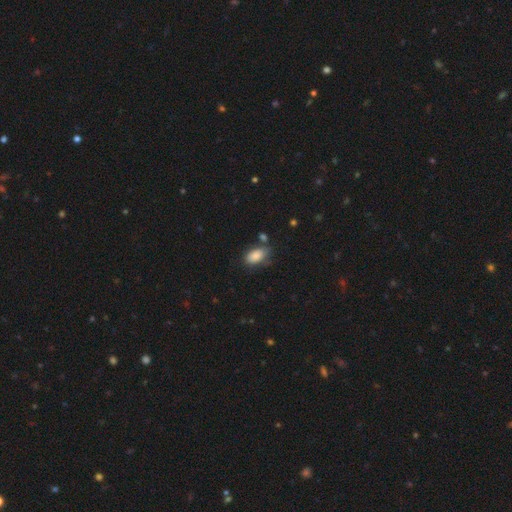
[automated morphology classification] Q: Smooth or featured?
A: smooth (86%); runner-up: star or artifact (7%)
Q: How rounded?
A: in between (93%); runner-up: round (5%)
Q: Merging?
A: none (63%); runner-up: minor disturbance (23%)